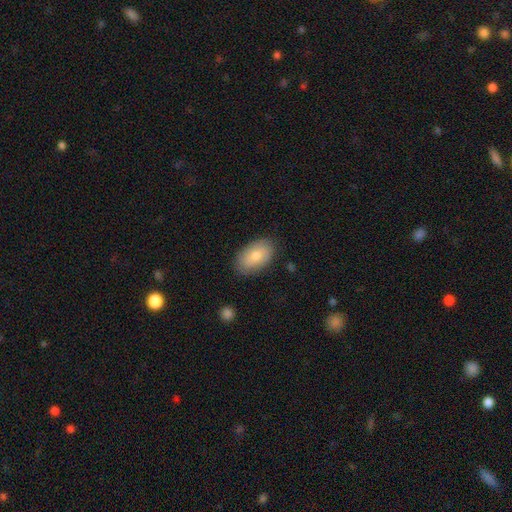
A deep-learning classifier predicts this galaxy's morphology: This appears to be a smooth galaxy with no disk features (75%) that is in between round and cigar-shaped (92%). Merging: none (83%).